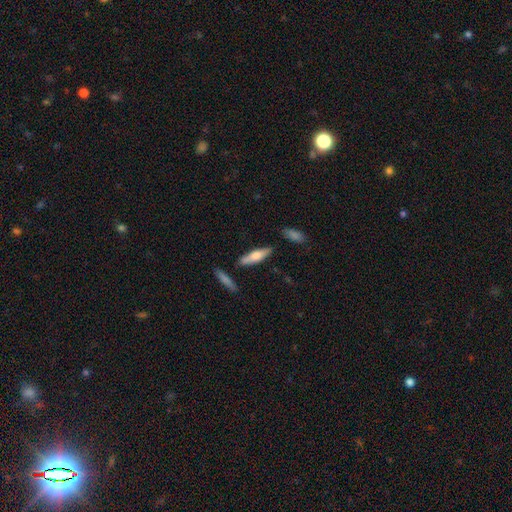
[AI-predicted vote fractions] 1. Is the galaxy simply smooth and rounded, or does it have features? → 59% smooth, 35% featured or disk, 6% star or artifact.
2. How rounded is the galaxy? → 67% cigar-shaped, 31% in between, 2% round.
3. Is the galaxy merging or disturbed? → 80% none, 12% minor disturbance, 5% merger, 3% major disturbance.